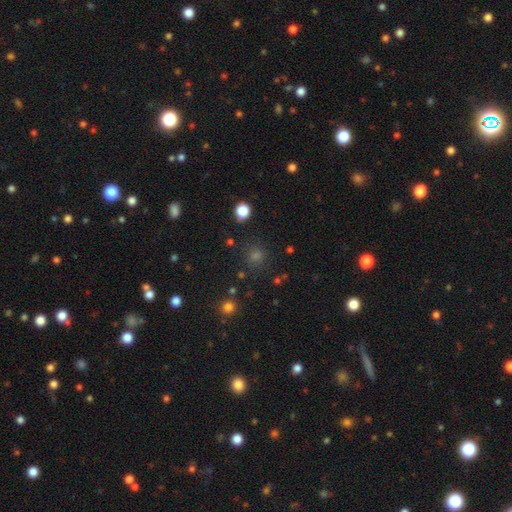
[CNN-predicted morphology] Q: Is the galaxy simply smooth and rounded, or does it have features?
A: smooth — 61%.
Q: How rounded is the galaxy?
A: round — 92%.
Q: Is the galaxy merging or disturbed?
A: none — 88%.